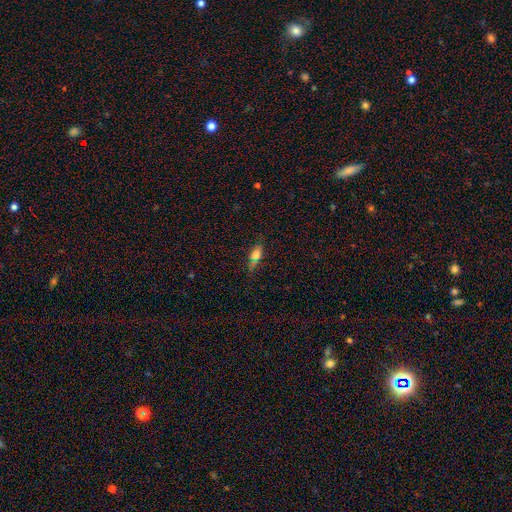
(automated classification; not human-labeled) Morphology: type=smooth (64%); roundness=in between (67%); merging=none (74%).